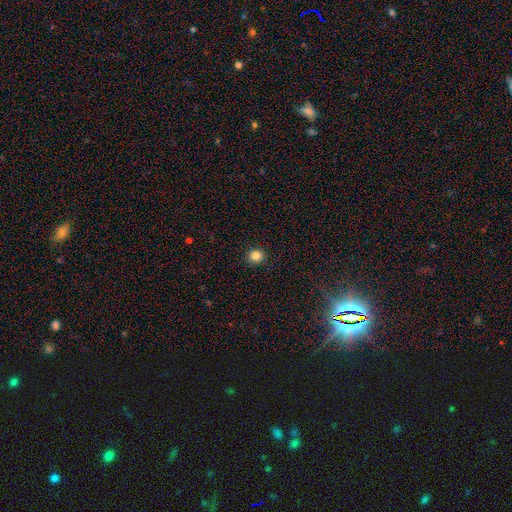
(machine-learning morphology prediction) Smooth or featured?
  - smooth: 84% *
  - star or artifact: 11%
  - featured or disk: 5%
How rounded?
  - round: 91% *
  - in between: 8%
  - cigar-shaped: 1%
Merging?
  - none: 92% *
  - minor disturbance: 5%
  - major disturbance: 2%
  - merger: 1%